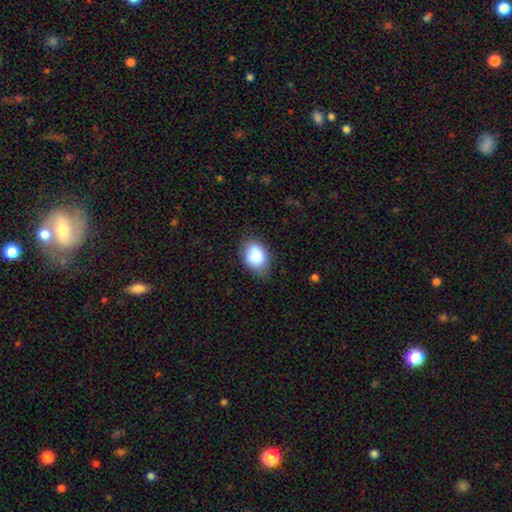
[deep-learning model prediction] This is clearly a smooth galaxy (87%). How rounded: likely in between (76%). Merging: likely none (76%).